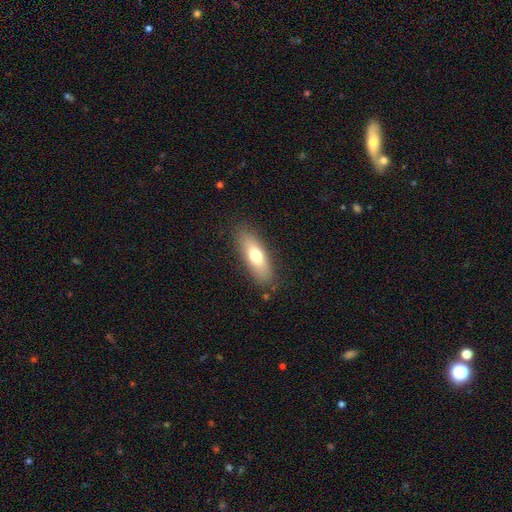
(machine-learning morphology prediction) Smooth or featured? Predicted: smooth (p=0.69). How rounded? Predicted: in between (p=0.58). Merging? Predicted: none (p=0.85).